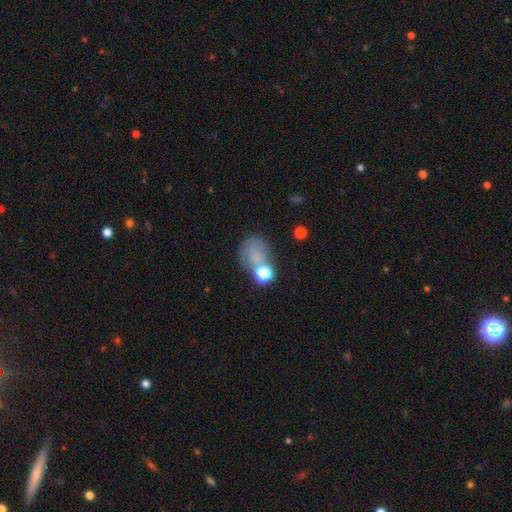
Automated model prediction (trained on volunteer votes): Smooth or featured: smooth — 66% (star or artifact — 19%)
How rounded: round — 60% (in between — 39%)
Merging: none — 45% (minor disturbance — 21%)